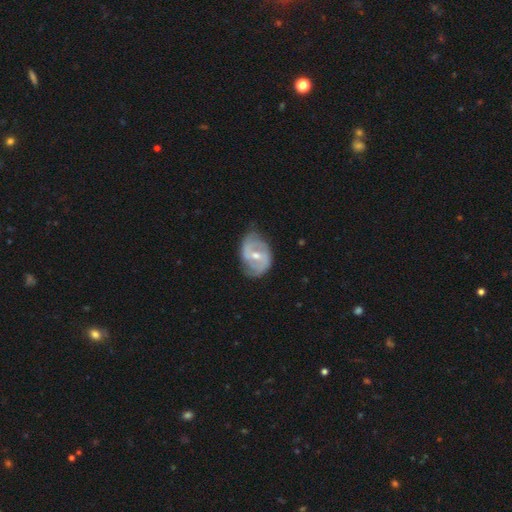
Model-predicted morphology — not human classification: smooth_or_featured: featured or disk (p=0.79) [alt: smooth p=0.16]
disk_edge_on: no (p=0.97) [alt: yes p=0.03]
bar: weak (p=0.51) [alt: strong p=0.28]
has_spiral_arms: yes (p=0.87) [alt: no p=0.13]
spiral_winding: medium (p=0.44) [alt: tight p=0.32]
spiral_arm_count: 2 (p=0.73) [alt: can't tell p=0.14]
bulge_size: moderate (p=0.61) [alt: small p=0.35]
merging: none (p=0.62) [alt: minor disturbance p=0.27]